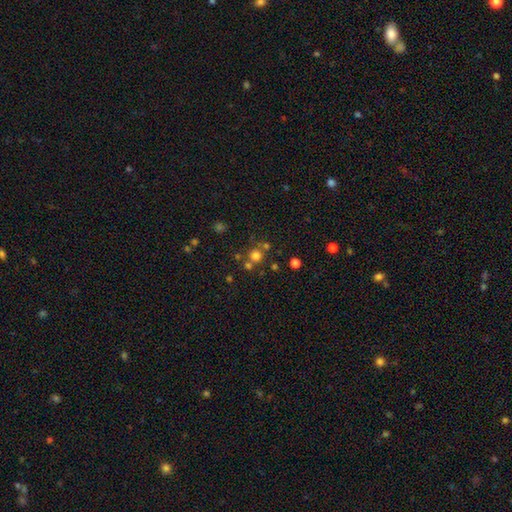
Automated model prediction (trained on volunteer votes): This appears to be a smooth galaxy with no disk features (69%) that is round (91%). Merging: none (63%).